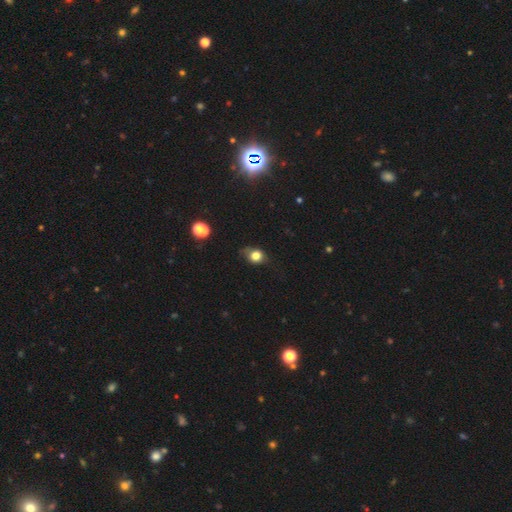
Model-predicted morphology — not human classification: Smooth or featured?
  - smooth: 74% *
  - featured or disk: 14%
  - star or artifact: 13%
How rounded?
  - round: 58% *
  - in between: 41%
  - cigar-shaped: 2%
Merging?
  - none: 60% *
  - minor disturbance: 28%
  - major disturbance: 11%
  - merger: 2%